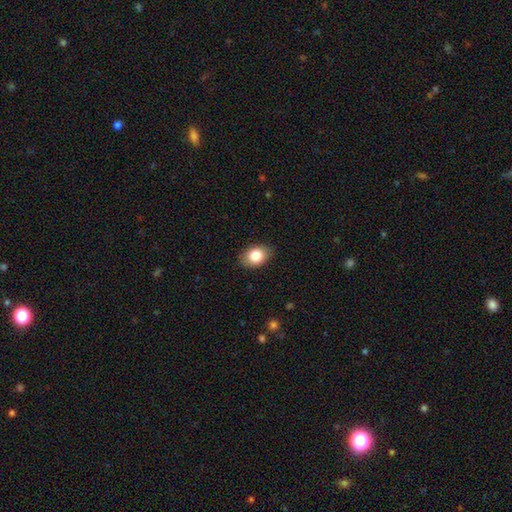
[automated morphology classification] Overall: smooth (83%). How rounded: in between (75%). Merging: none (86%).